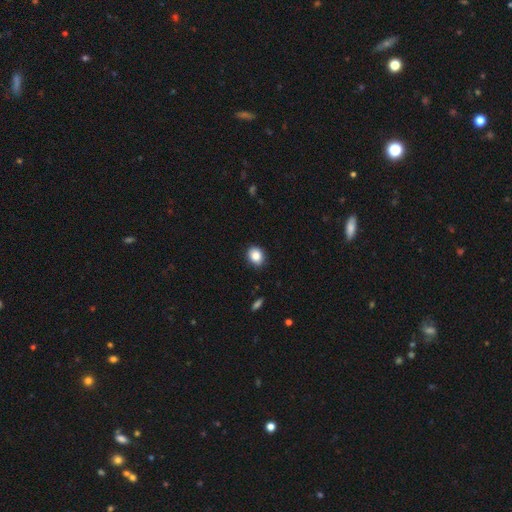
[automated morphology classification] smooth 86%, star or artifact 9%, featured or disk 5%. Down the decision tree: how rounded — round (56%); merging — none (87%).